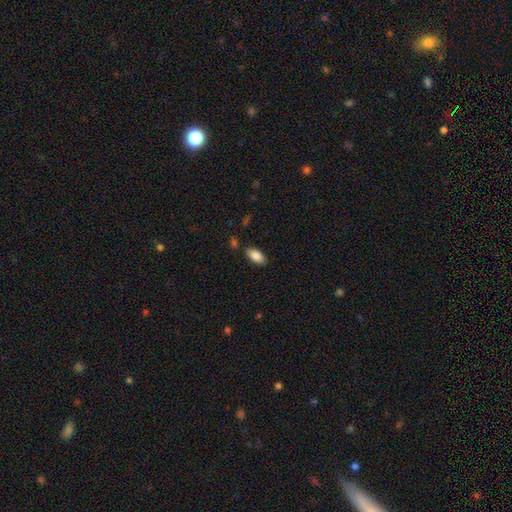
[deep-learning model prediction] This is clearly a smooth galaxy (87%). How rounded: clearly in between (92%). Merging: clearly none (84%).